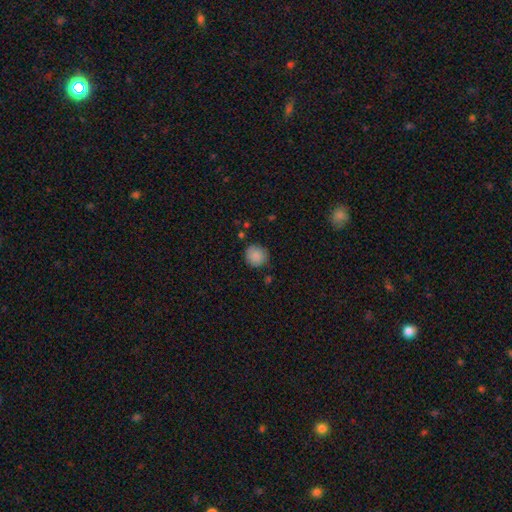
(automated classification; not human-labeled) This appears to be a smooth galaxy with no disk features (88%) that is round (90%). Merging: none (80%).